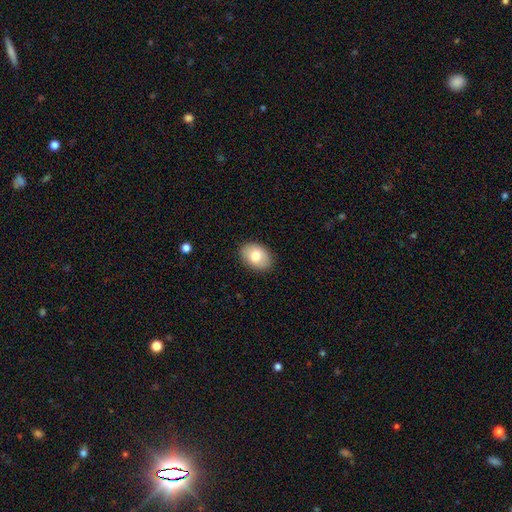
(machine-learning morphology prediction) smooth_or_featured: smooth (p=0.80) [alt: featured or disk p=0.13]
how_rounded: in between (p=0.83) [alt: round p=0.16]
merging: none (p=0.88) [alt: minor disturbance p=0.09]